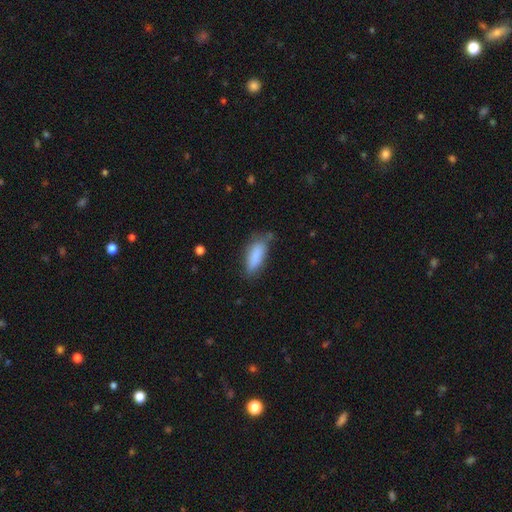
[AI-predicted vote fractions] This is clearly a smooth galaxy (85%). How rounded: likely in between (73%). Merging: likely none (64%).